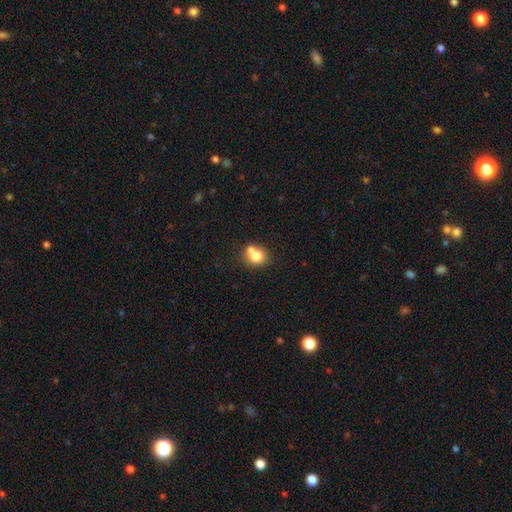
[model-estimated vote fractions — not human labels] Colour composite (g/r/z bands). It shows a smooth galaxy with no disk features (75%) that is round (74%). Merging: none (45%).